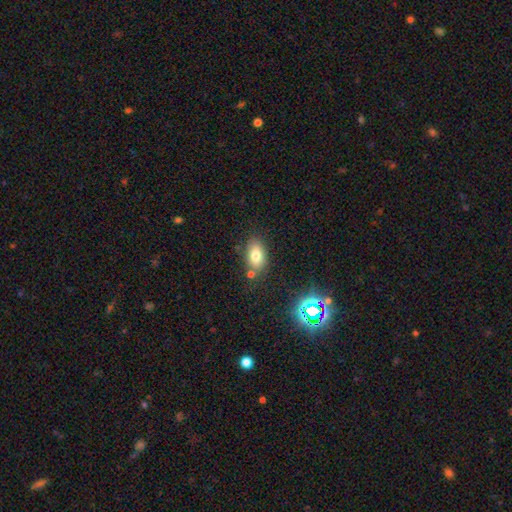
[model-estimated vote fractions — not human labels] Overall: smooth (77%). How rounded: in between (88%). Merging: none (75%).